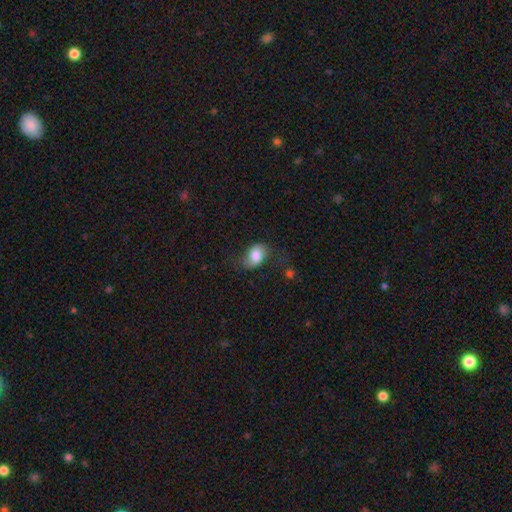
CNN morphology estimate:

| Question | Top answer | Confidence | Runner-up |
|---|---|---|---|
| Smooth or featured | smooth | 73% | featured or disk (19%) |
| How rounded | in between | 82% | round (17%) |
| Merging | none | 58% | minor disturbance (26%) |